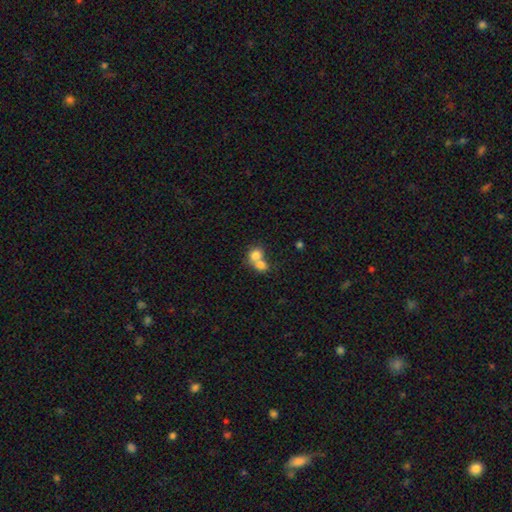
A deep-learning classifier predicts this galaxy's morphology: smooth-or-featured: smooth: 77% | featured or disk: 14% | star or artifact: 9%
  how-rounded: round: 72% | in between: 27% | cigar-shaped: 1%
  merging: merger: 69% | none: 24% | minor disturbance: 5% | major disturbance: 2%